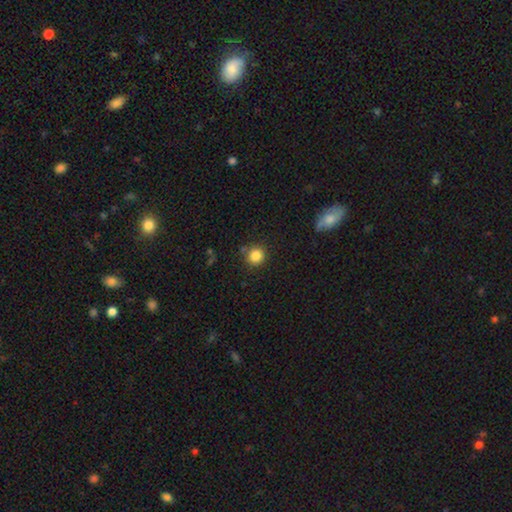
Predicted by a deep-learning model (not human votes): A smooth galaxy with no disk features (84%) that is round (90%). Merging: none (83%).